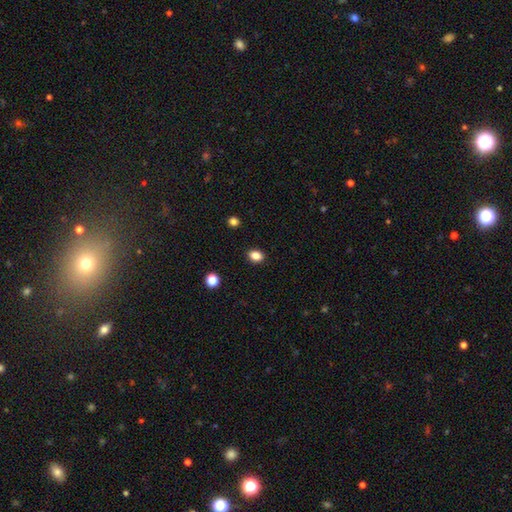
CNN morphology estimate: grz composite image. It shows a smooth galaxy with no disk features (85%) that is in between round and cigar-shaped (66%). Merging: none (89%).